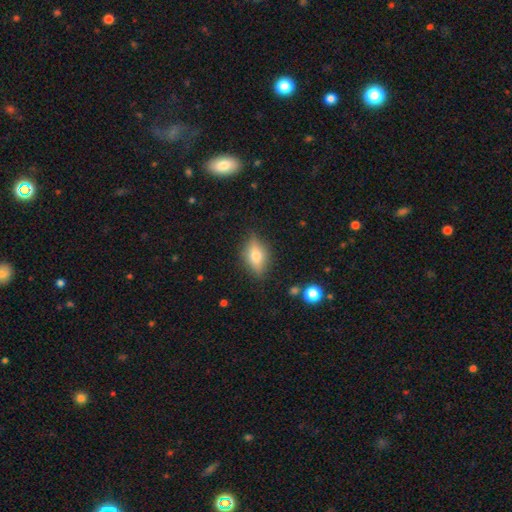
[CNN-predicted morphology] smooth 56%, featured or disk 35%, star or artifact 9%. Down the decision tree: how rounded — in between (76%); merging — none (81%).